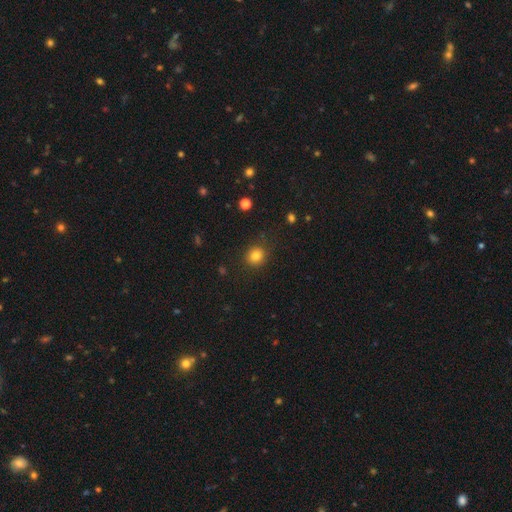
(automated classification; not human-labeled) smooth-or-featured: smooth: 83% | star or artifact: 12% | featured or disk: 5%
  how-rounded: round: 80% | in between: 19% | cigar-shaped: 1%
  merging: none: 85% | minor disturbance: 10% | major disturbance: 3% | merger: 2%